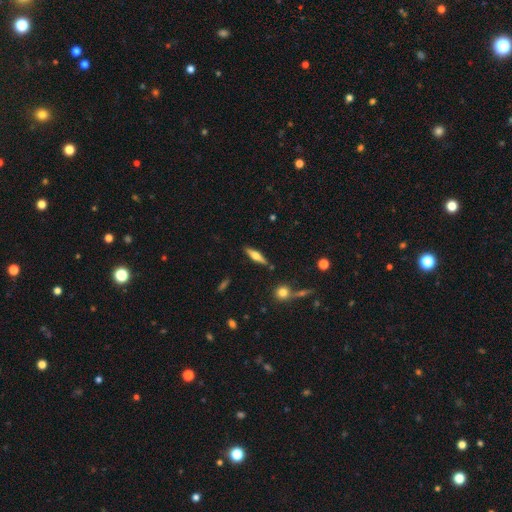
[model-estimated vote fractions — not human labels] Morphology: type=featured or disk (55%); edge-on=yes (94%); edge-on bulge=rounded (91%); merging=none (85%).